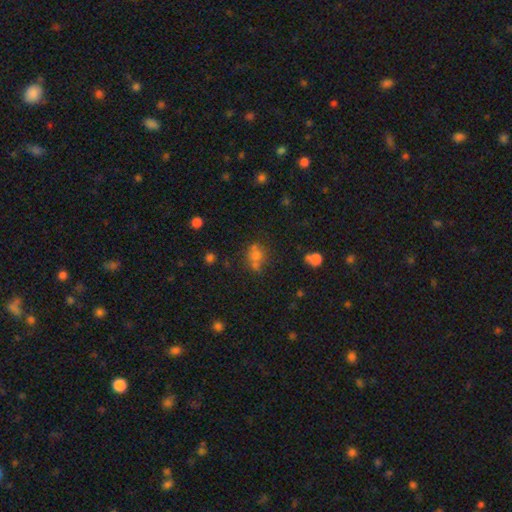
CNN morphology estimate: smooth 60%, star or artifact 27%, featured or disk 14%. Down the decision tree: how rounded — round (74%); merging — none (51%).